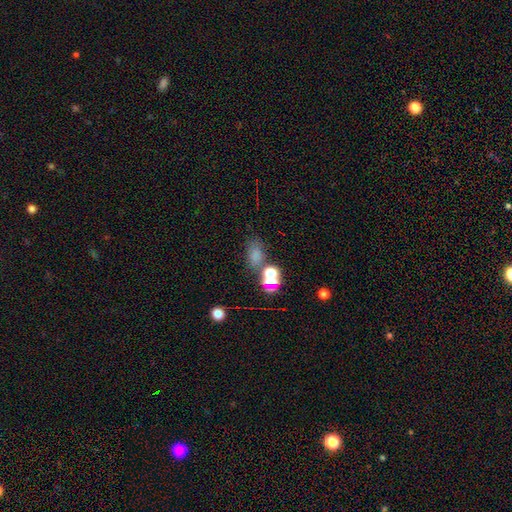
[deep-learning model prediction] Overall: smooth (62%; star or artifact 28%). How rounded: in between (71%). Merging: none (52%; merger 26%).